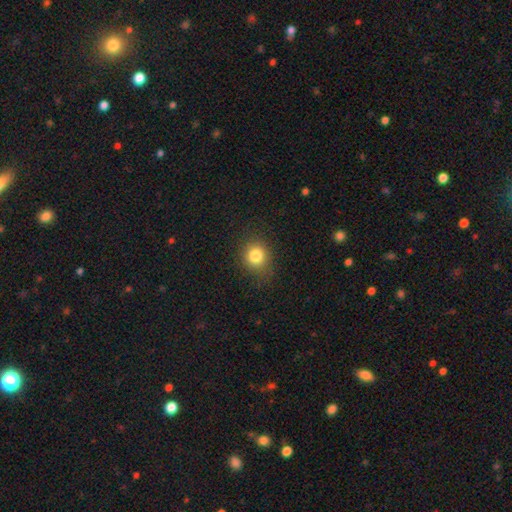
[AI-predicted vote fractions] This is clearly a smooth galaxy (82%). How rounded: clearly round (81%). Merging: clearly none (85%).